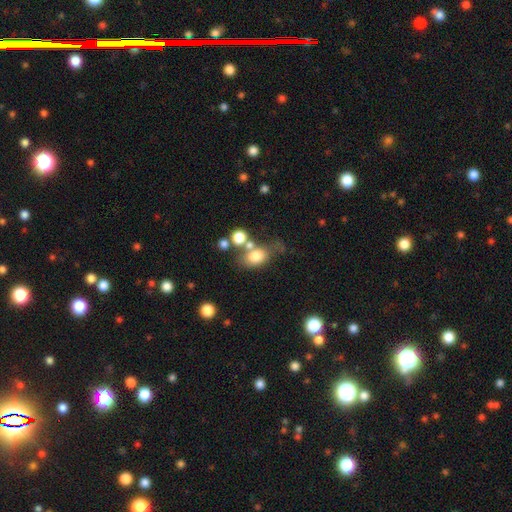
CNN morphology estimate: Smooth or featured? Predicted: smooth (p=0.75). How rounded? Predicted: in between (p=0.68). Merging? Predicted: none (p=0.47).